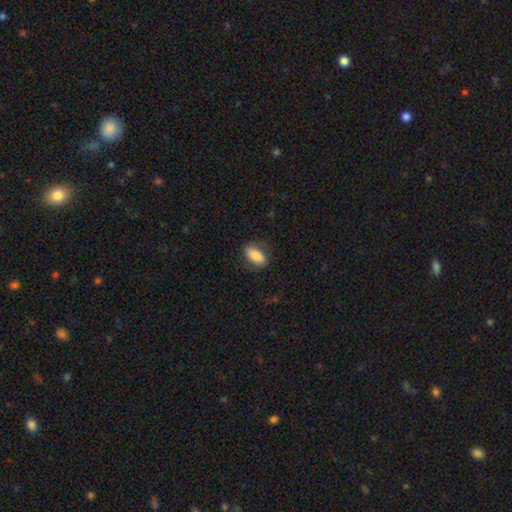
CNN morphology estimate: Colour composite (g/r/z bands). It shows a smooth galaxy with no disk features (79%) that is in between round and cigar-shaped (84%). Merging: none (77%).